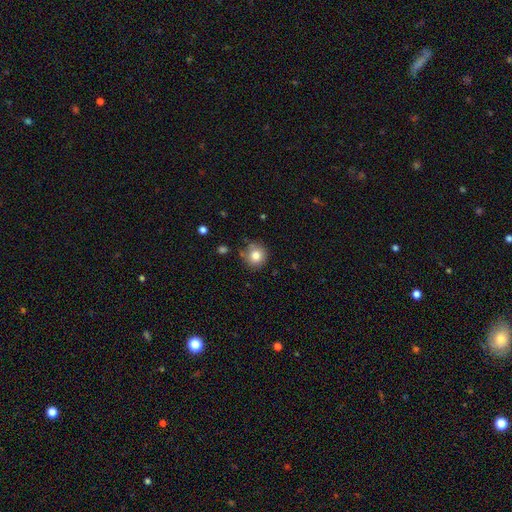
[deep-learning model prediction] Smooth or featured: smooth — 81% (star or artifact — 10%)
How rounded: round — 90% (in between — 9%)
Merging: none — 78% (minor disturbance — 14%)